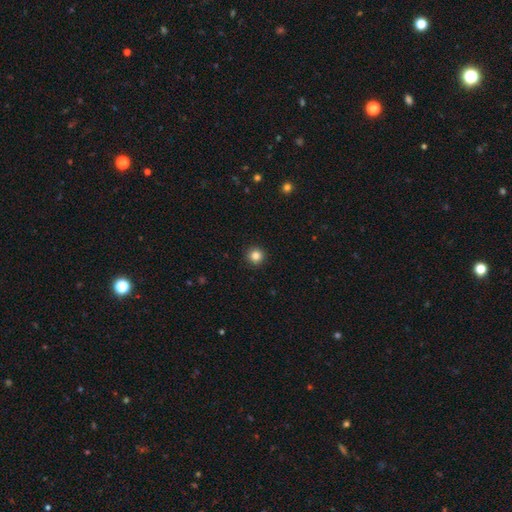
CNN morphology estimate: Smooth or featured? smooth (84%)
How rounded? round (96%)
Merging? none (93%)